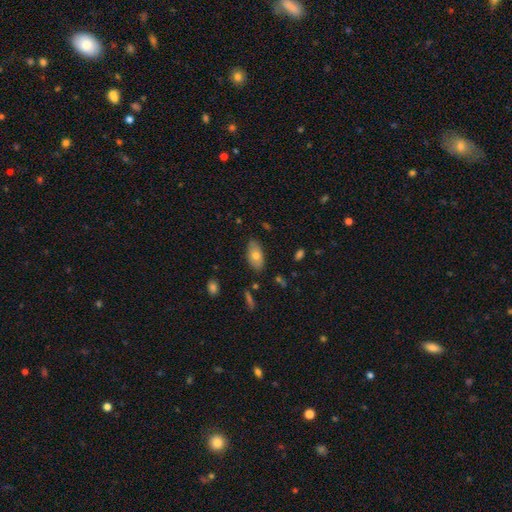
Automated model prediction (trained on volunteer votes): Morphology: type=smooth (73%); roundness=in between (92%); merging=none (82%).